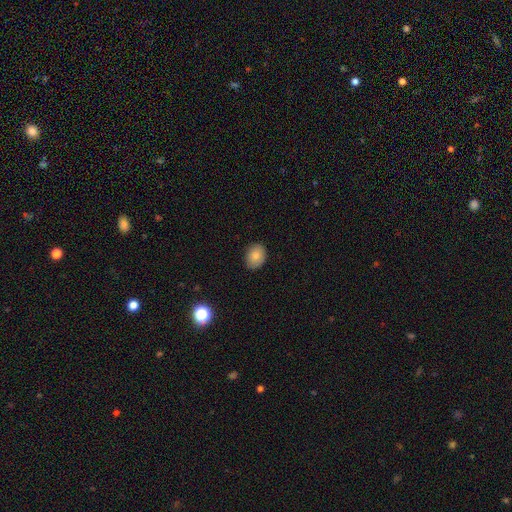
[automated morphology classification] This appears to be a smooth galaxy with no disk features (81%) that is in between round and cigar-shaped (61%). Merging: none (86%).